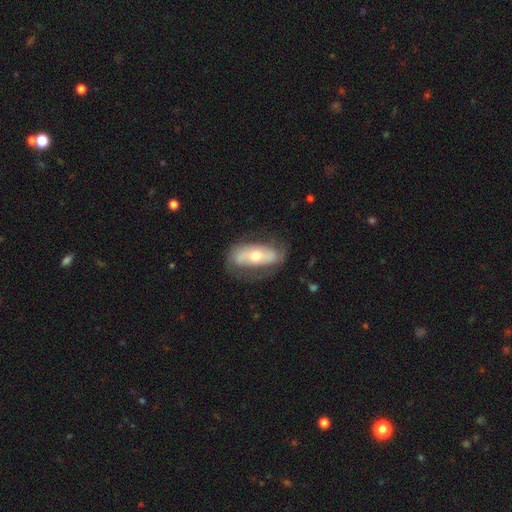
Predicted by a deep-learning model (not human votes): Morphology: type=featured or disk (59%); edge-on=no (86%); bar=no (53%); spiral arms=yes (56%); bulge=moderate (67%); merging=none (66%).